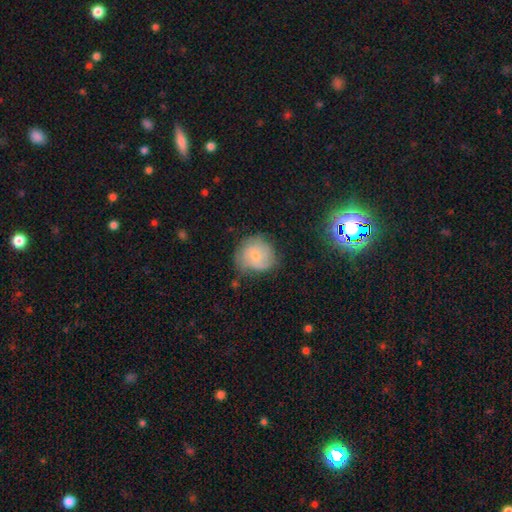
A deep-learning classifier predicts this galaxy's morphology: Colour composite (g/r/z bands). It shows a smooth galaxy with no disk features (55%) that is round (81%). Merging: none (56%).